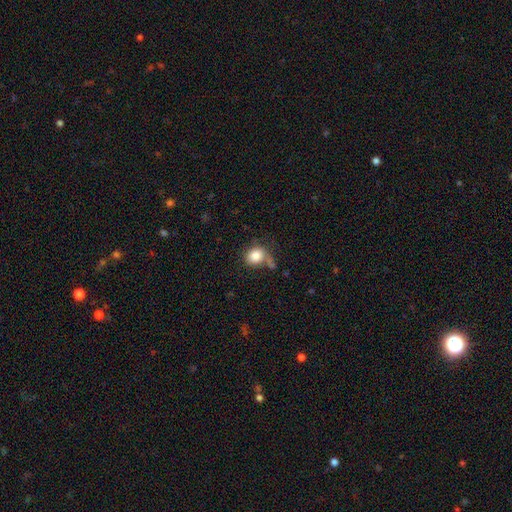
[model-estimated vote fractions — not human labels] This appears to be a smooth galaxy with no disk features (84%) that is round (71%). Merging: none (58%).